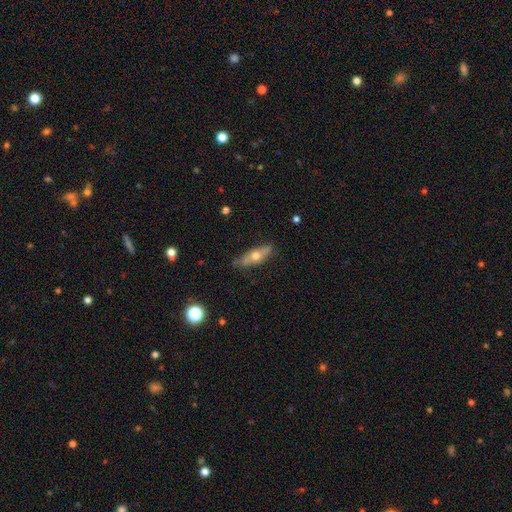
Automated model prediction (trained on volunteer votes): This appears to be a featured or disk galaxy (48%). Merging: none (79%).